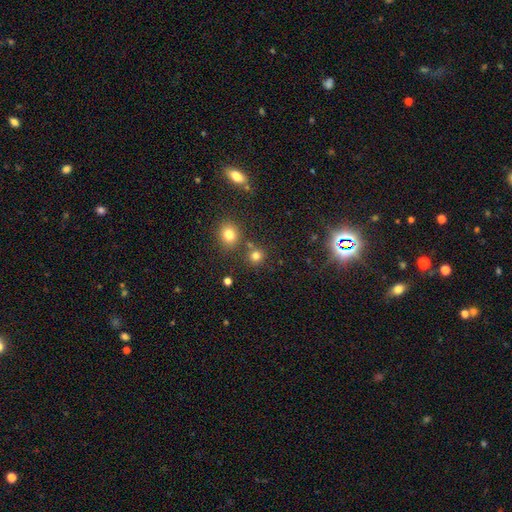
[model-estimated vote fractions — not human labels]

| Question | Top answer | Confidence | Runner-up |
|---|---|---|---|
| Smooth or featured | smooth | 76% | star or artifact (18%) |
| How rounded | round | 90% | in between (9%) |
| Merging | none | 76% | merger (13%) |